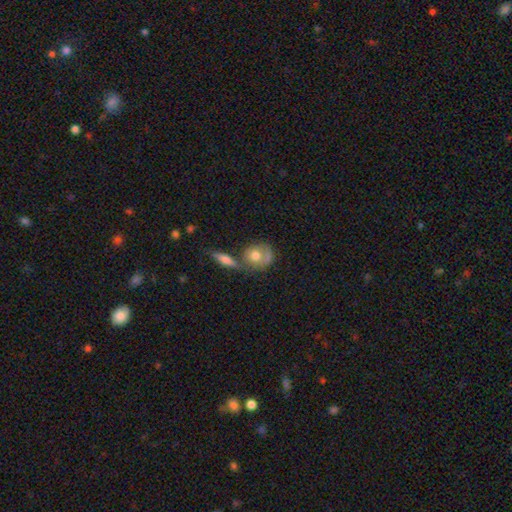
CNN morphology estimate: Smooth or featured? smooth (52%)
How rounded? round (69%)
Merging? none (49%)